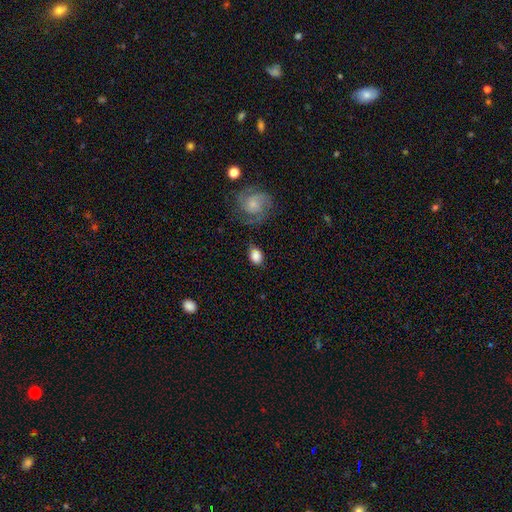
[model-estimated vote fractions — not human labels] This appears to be a smooth galaxy with no disk features (81%) that is in between round and cigar-shaped (74%). Merging: none (72%).